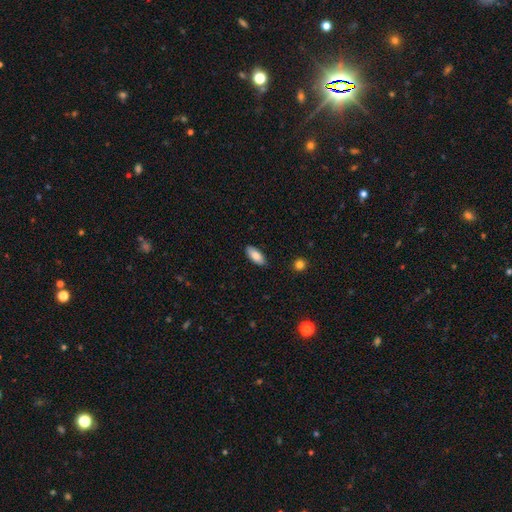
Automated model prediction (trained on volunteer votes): Morphology: type=smooth (83%); roundness=in between (85%); merging=none (87%).